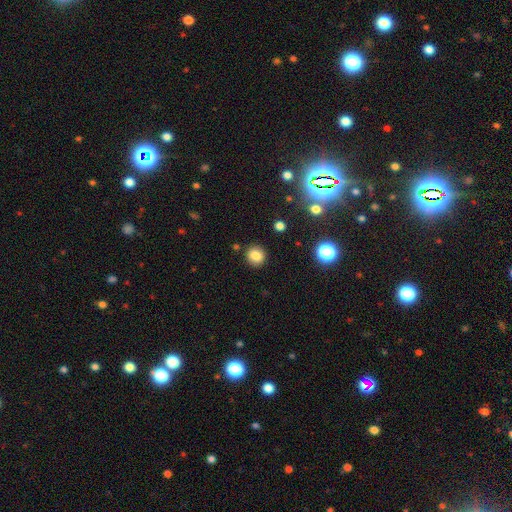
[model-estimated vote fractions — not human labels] smooth-or-featured: smooth: 83% | star or artifact: 12% | featured or disk: 5%
  how-rounded: round: 86% | in between: 13% | cigar-shaped: 1%
  merging: none: 89% | minor disturbance: 7% | merger: 2% | major disturbance: 2%